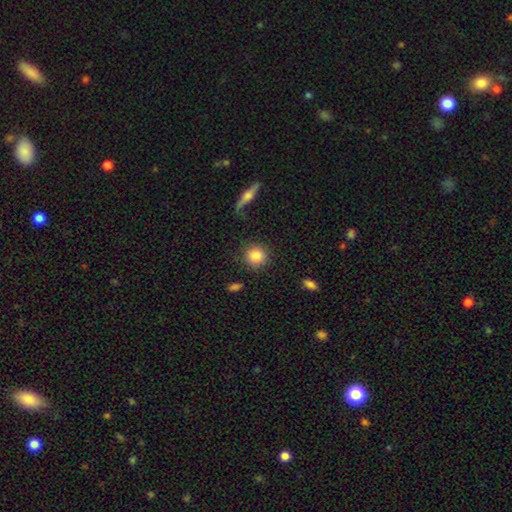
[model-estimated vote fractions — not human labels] smooth 86%, star or artifact 8%, featured or disk 7%. Down the decision tree: how rounded — round (90%); merging — none (85%).